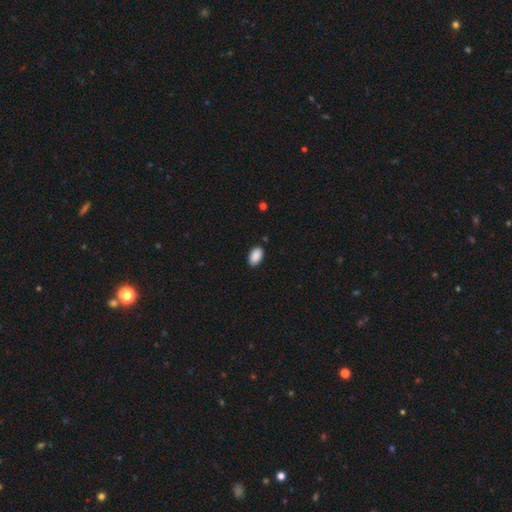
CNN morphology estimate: This is clearly a smooth galaxy (90%). How rounded: clearly in between (93%). Merging: clearly none (87%).